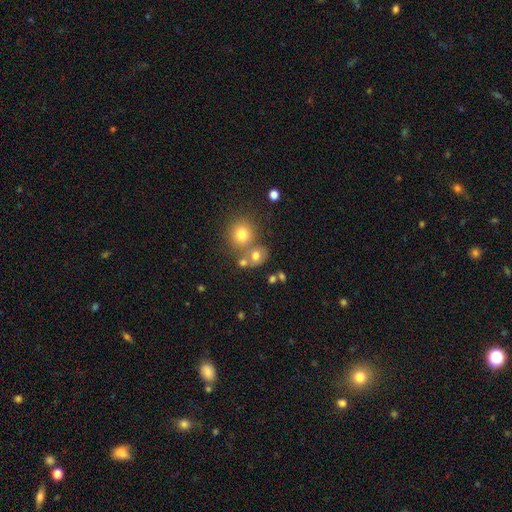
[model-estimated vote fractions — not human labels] A smooth galaxy with no disk features (70%) that is round (64%).

Vote fractions:
- Smooth or featured? smooth: 70% / star or artifact: 15% / featured or disk: 14%
- How rounded? round: 64% / in between: 34% / cigar-shaped: 1%
- Merging? none: 49% / merger: 35% / minor disturbance: 10% / major disturbance: 5%